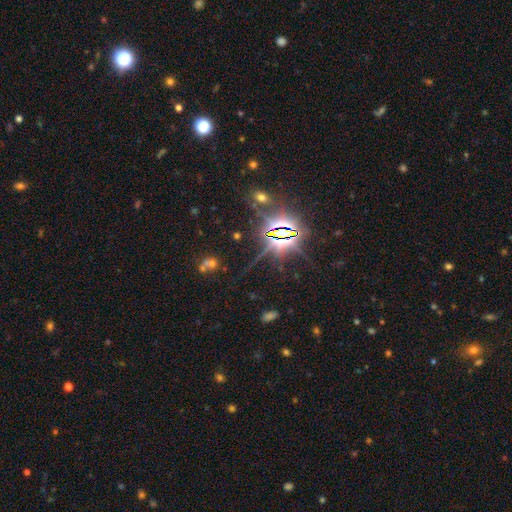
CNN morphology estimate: smooth_or_featured: star or artifact (p=0.80) [alt: smooth p=0.13]